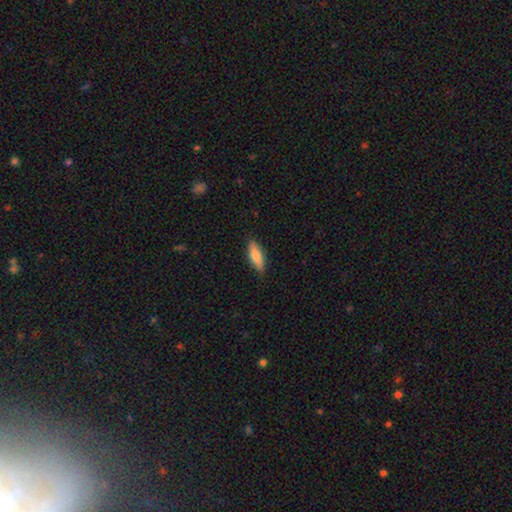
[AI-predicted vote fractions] Smooth or featured? smooth (76%)
How rounded? in between (53%)
Merging? none (87%)